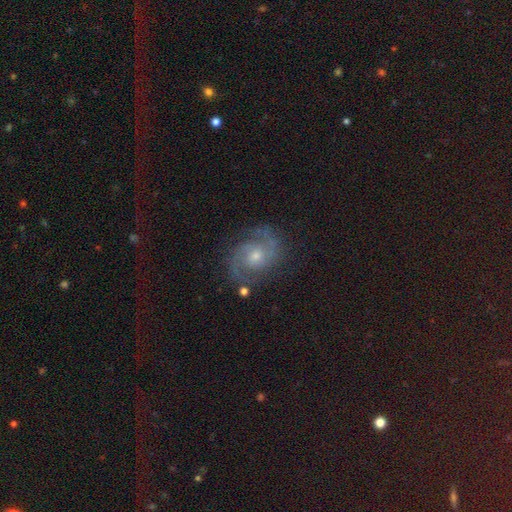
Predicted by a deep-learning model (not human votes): Q: Smooth or featured?
A: featured or disk (75%); runner-up: star or artifact (16%)
Q: Edge-on disk?
A: no (98%); runner-up: yes (2%)
Q: Bar?
A: no (67%); runner-up: weak (28%)
Q: Spiral arms?
A: yes (96%); runner-up: no (4%)
Q: Spiral winding?
A: medium (51%); runner-up: tight (35%)
Q: Spiral arm count?
A: 2 (86%); runner-up: can't tell (6%)
Q: Bulge size?
A: moderate (55%); runner-up: small (37%)
Q: Merging?
A: none (79%); runner-up: minor disturbance (13%)